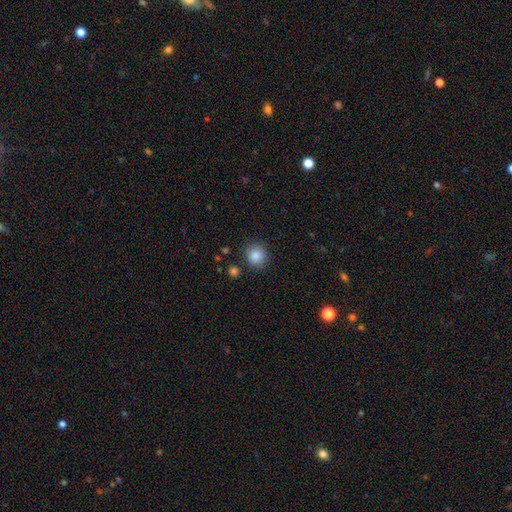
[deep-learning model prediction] Q: Smooth or featured?
A: smooth (87%); runner-up: star or artifact (9%)
Q: How rounded?
A: round (89%); runner-up: in between (10%)
Q: Merging?
A: none (85%); runner-up: minor disturbance (9%)